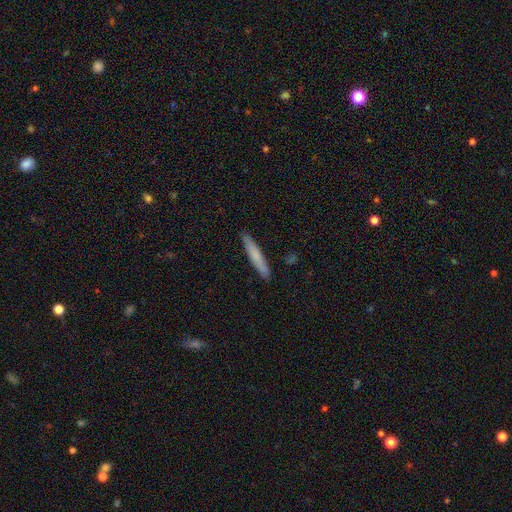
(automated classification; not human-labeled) Overall: smooth (70%). How rounded: cigar-shaped (94%). Merging: none (90%).